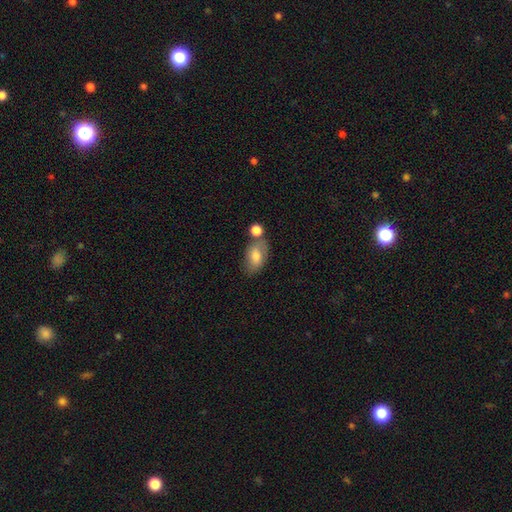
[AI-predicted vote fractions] Smooth or featured? smooth (72%)
How rounded? in between (89%)
Merging? none (53%)